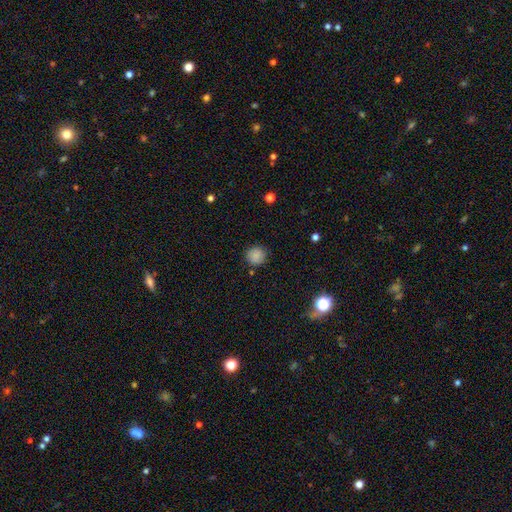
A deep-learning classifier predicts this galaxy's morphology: Overall: smooth (86%). How rounded: round (92%). Merging: none (85%).